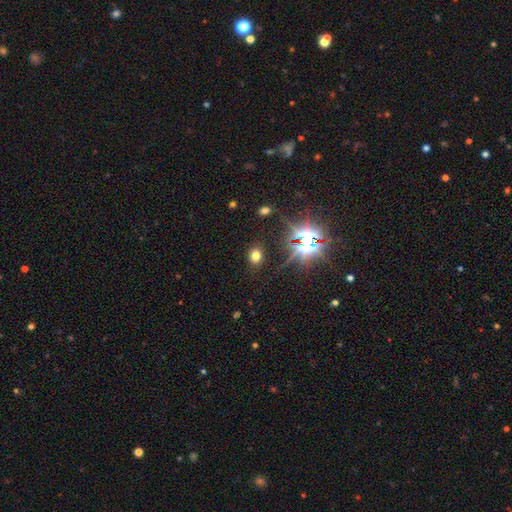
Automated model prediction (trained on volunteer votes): The model was most divided on "how rounded": in between: 64%, round: 34%, cigar-shaped: 2%. More confident: merging — none (86%); smooth or featured — smooth (66%).